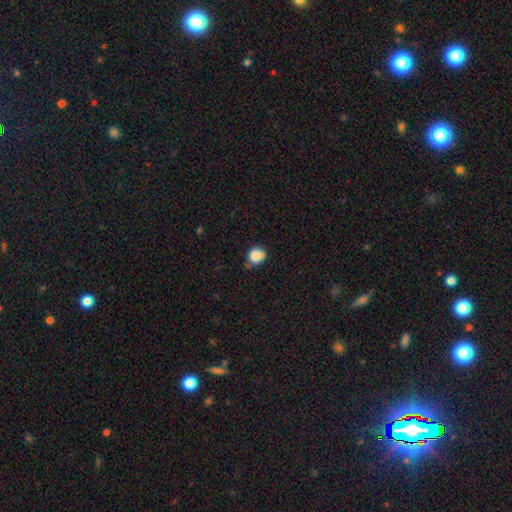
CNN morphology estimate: smooth 81%, star or artifact 10%, featured or disk 9%. Down the decision tree: how rounded — round (74%); merging — none (53%).